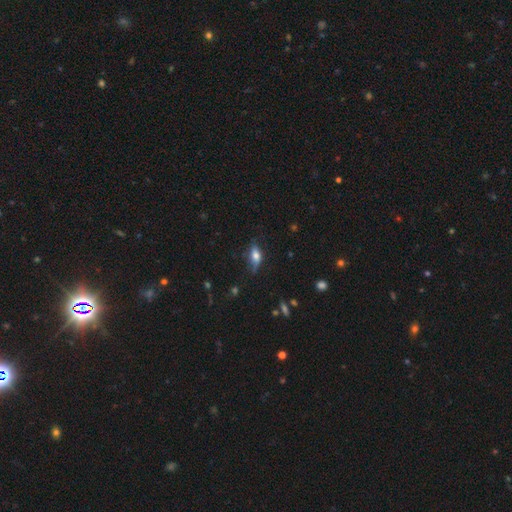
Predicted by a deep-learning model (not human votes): Morphology: type=smooth (64%); roundness=in between (80%); merging=none (60%).